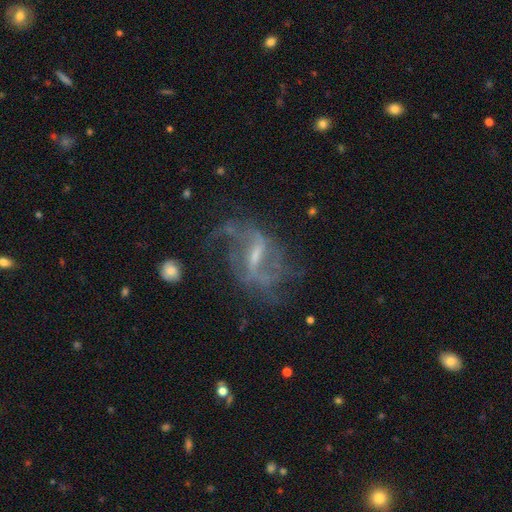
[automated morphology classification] This appears to be a featured or disk galaxy (83%) with a weak bar (45%), 2 (72%) loose (61%) spiral arms (88%) and a small central bulge (50%). Merging: none (56%).